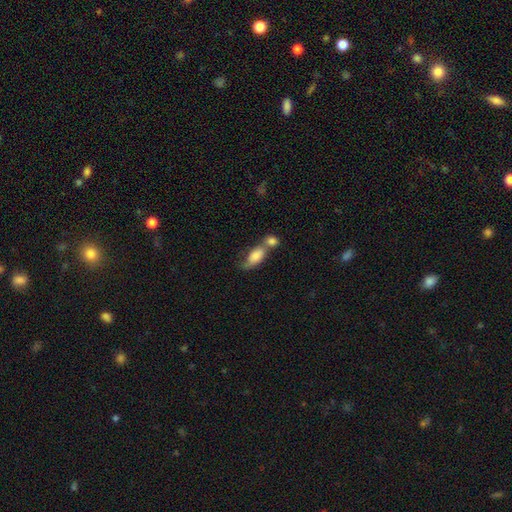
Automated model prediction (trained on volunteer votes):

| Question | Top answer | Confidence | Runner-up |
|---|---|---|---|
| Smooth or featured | smooth | 79% | featured or disk (14%) |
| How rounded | in between | 86% | cigar-shaped (7%) |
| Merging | merger | 59% | none (23%) |